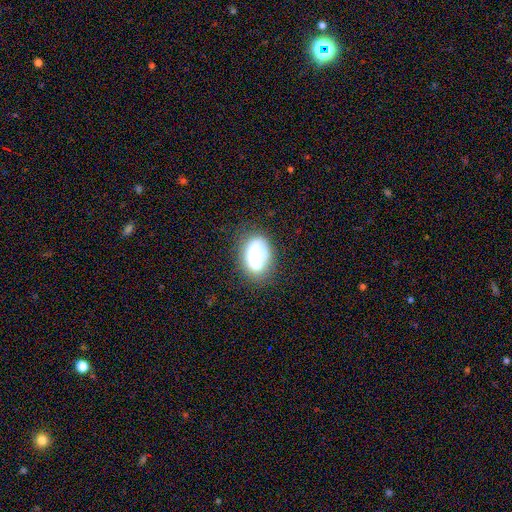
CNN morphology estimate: This is possibly a smooth galaxy (51%). How rounded: clearly in between (81%). Merging: possibly none (45%).